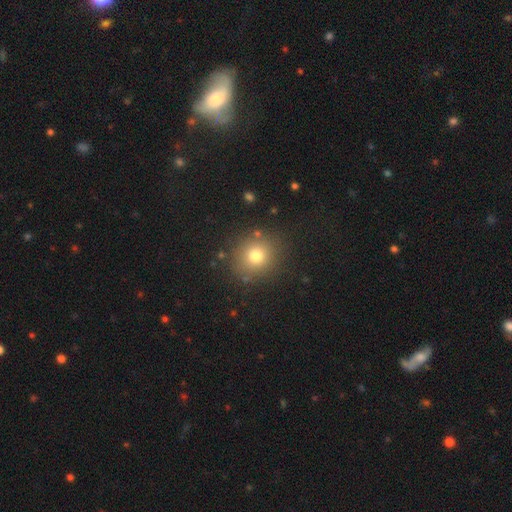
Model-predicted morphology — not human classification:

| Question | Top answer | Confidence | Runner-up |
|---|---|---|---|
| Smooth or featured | smooth | 76% | star or artifact (15%) |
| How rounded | round | 86% | in between (13%) |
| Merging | none | 86% | minor disturbance (8%) |